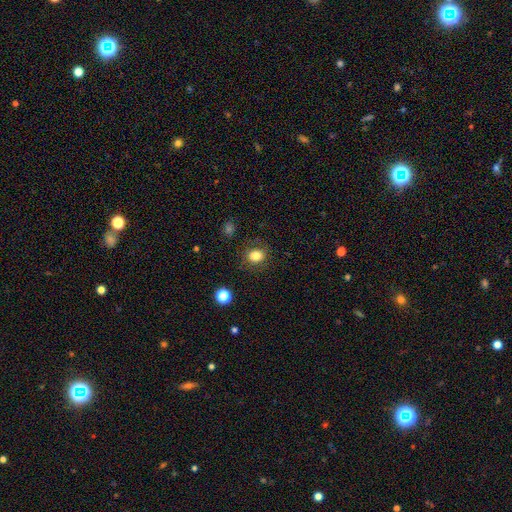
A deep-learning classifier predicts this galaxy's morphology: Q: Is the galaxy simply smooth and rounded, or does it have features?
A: smooth — 81%.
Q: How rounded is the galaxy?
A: round — 58%.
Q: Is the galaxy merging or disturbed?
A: none — 82%.